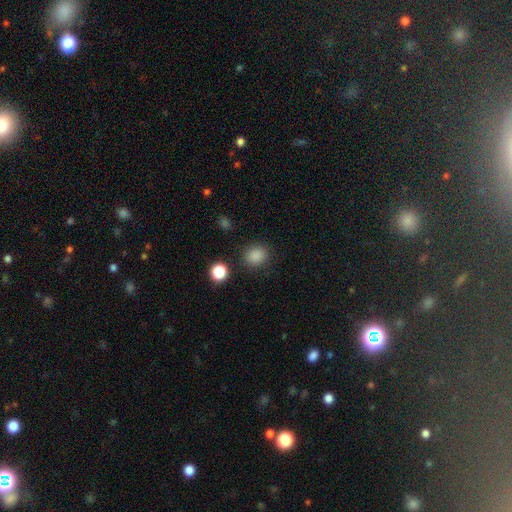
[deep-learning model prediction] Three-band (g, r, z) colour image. It shows a smooth galaxy with no disk features (85%) that is round (65%). Merging: none (86%).